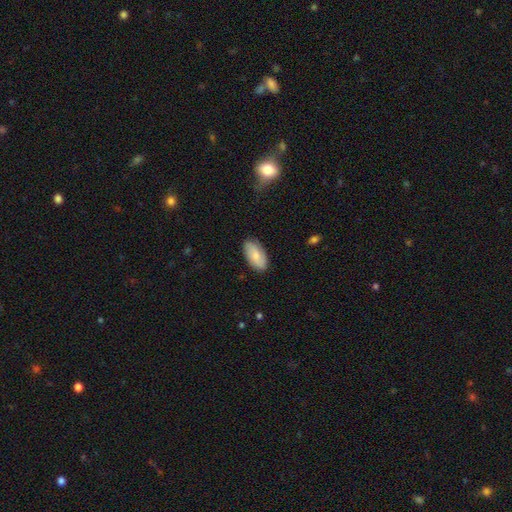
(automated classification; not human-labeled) Overall: smooth (73%). How rounded: in between (93%). Merging: none (83%).